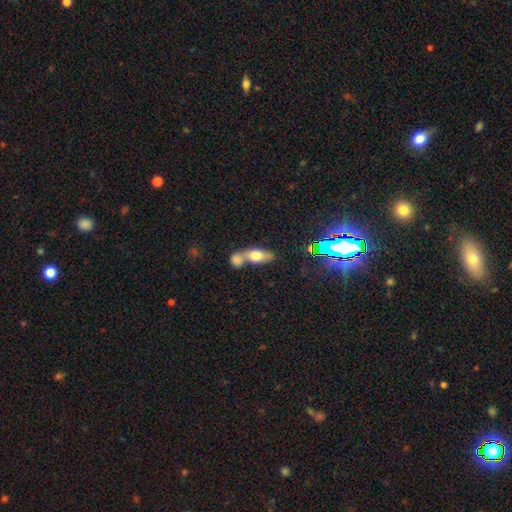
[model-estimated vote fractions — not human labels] Smooth or featured?
  - smooth: 67% *
  - featured or disk: 23%
  - star or artifact: 10%
How rounded?
  - in between: 74% *
  - cigar-shaped: 15%
  - round: 11%
Merging?
  - merger: 58% *
  - none: 30%
  - minor disturbance: 8%
  - major disturbance: 4%